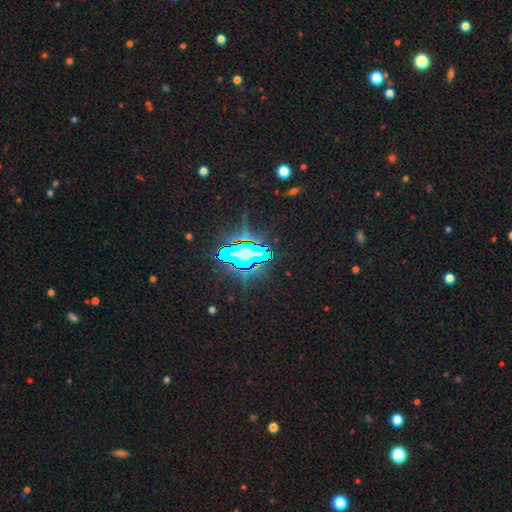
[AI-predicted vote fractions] This appears to be a star or artifact, not a galaxy (70%).